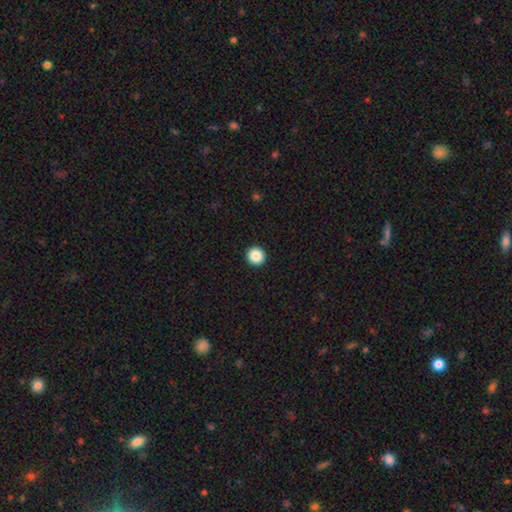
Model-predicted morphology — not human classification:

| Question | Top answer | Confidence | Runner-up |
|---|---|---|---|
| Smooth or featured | smooth | 88% | star or artifact (9%) |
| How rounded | round | 95% | in between (4%) |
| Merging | none | 94% | minor disturbance (4%) |